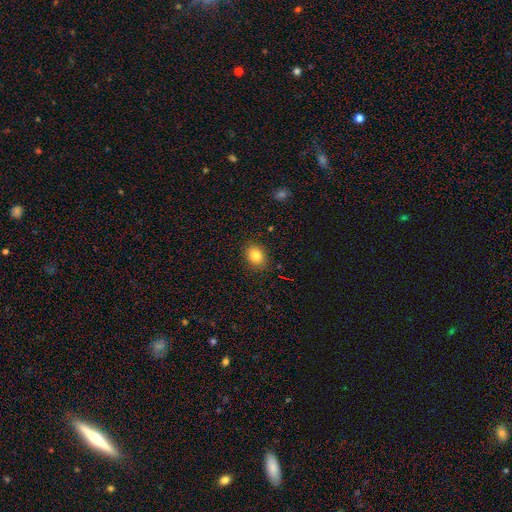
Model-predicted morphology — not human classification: Overall: smooth (83%). How rounded: in between (54%; round 45%). Merging: none (87%).